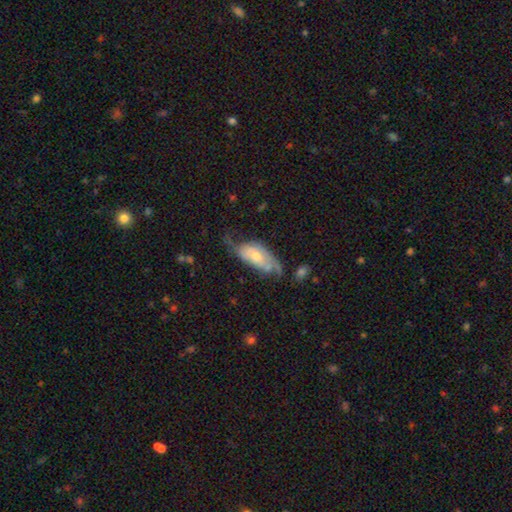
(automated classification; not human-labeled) Overall: featured or disk (57%; smooth 36%). Edge-on disk: no (87%). Merging: none (41%; minor disturbance 32%).